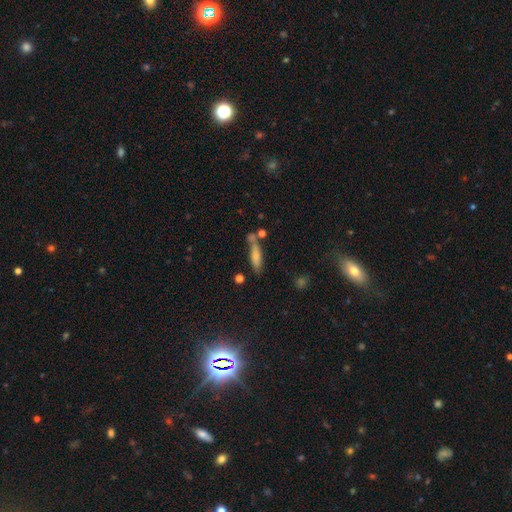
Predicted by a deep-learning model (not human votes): This appears to be a smooth galaxy with no disk features (74%) that is cigar-shaped (67%). Merging: none (57%).